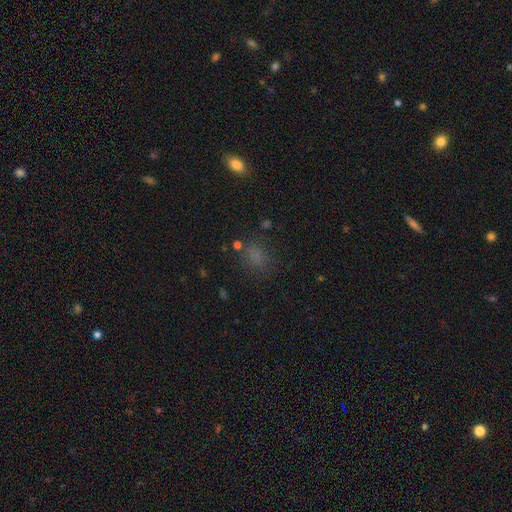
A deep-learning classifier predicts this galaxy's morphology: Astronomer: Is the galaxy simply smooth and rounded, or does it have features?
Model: smooth — 69%.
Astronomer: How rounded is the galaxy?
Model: in between — 50% (runner-up: round, 48%).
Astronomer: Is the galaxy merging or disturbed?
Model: none — 73%.